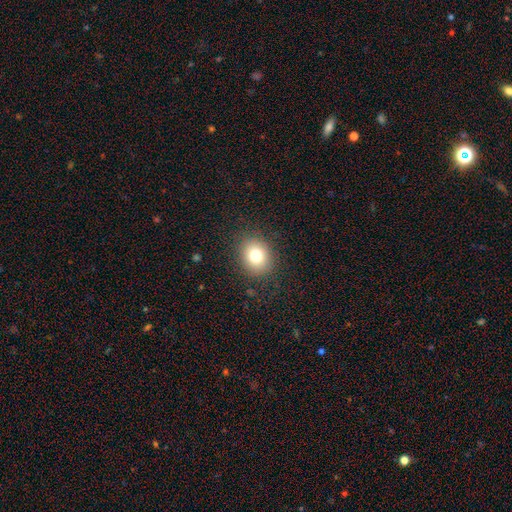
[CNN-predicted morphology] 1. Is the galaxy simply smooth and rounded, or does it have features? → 77% smooth, 13% star or artifact, 10% featured or disk.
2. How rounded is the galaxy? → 68% round, 31% in between, 1% cigar-shaped.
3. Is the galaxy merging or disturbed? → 87% none, 8% minor disturbance, 3% major disturbance, 1% merger.